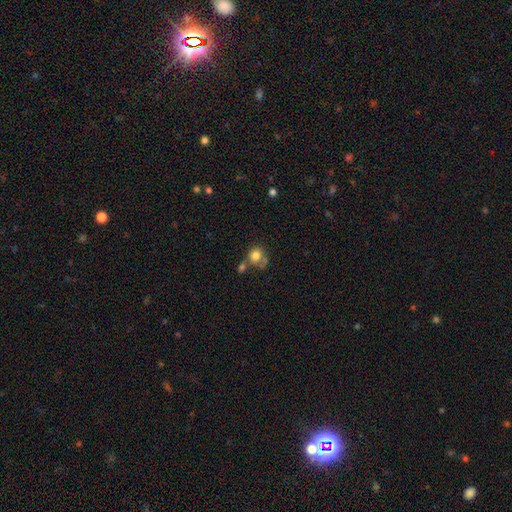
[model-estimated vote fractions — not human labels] smooth 79%, featured or disk 11%, star or artifact 10%. Down the decision tree: how rounded — round (81%); merging — none (45%).